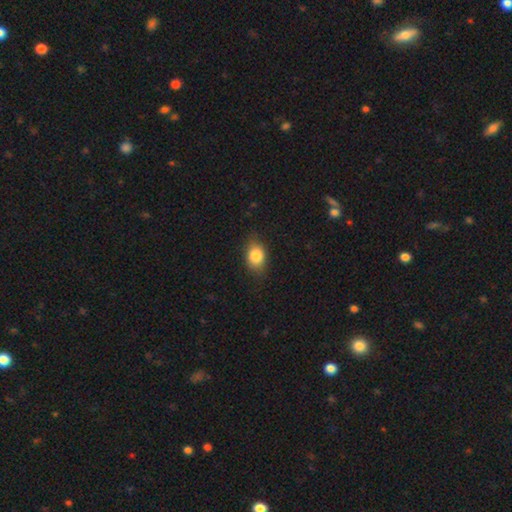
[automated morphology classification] A smooth galaxy with no disk features (84%) that is in between round and cigar-shaped (70%). Merging: none (81%).